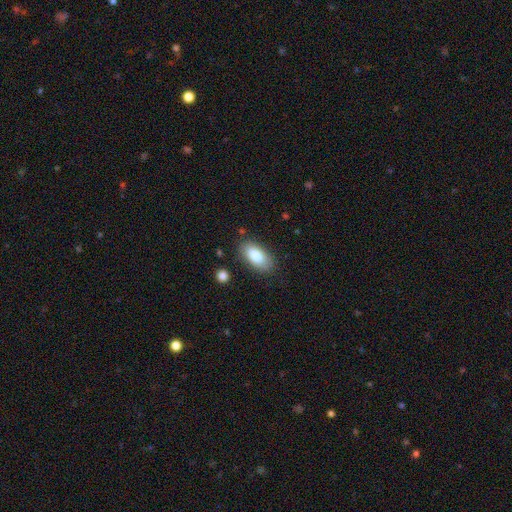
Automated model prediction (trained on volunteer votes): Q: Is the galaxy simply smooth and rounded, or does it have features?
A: smooth — 83%.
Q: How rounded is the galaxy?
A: in between — 92%.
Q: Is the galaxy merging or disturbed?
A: none — 83%.